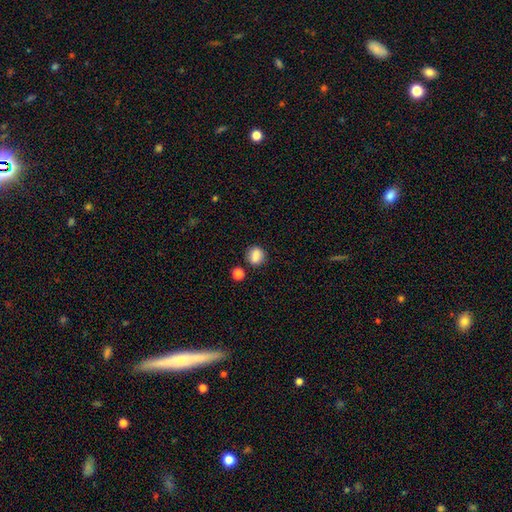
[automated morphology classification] Q: Smooth or featured?
A: smooth (85%); runner-up: star or artifact (9%)
Q: How rounded?
A: round (57%); runner-up: in between (41%)
Q: Merging?
A: none (79%); runner-up: minor disturbance (12%)